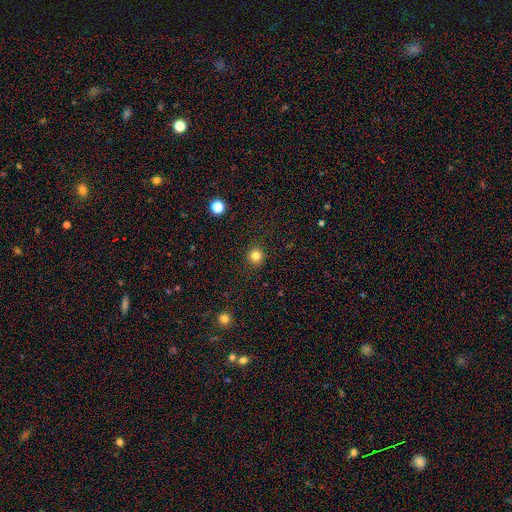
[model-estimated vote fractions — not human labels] smooth-or-featured: smooth: 83% | star or artifact: 13% | featured or disk: 4%
  how-rounded: round: 94% | in between: 5% | cigar-shaped: 1%
  merging: none: 92% | minor disturbance: 5% | major disturbance: 2% | merger: 1%